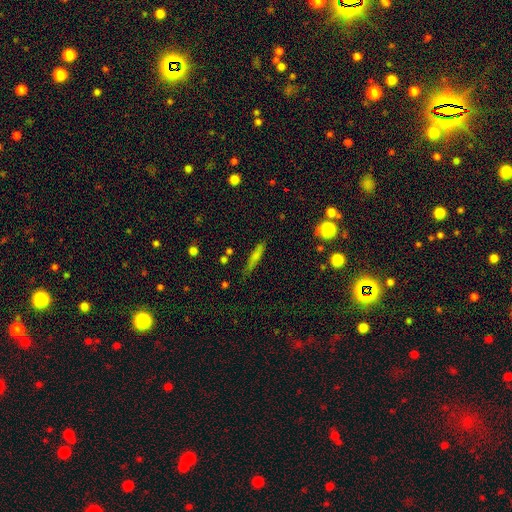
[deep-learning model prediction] Smooth or featured? smooth (66%)
How rounded? cigar-shaped (85%)
Merging? none (76%)